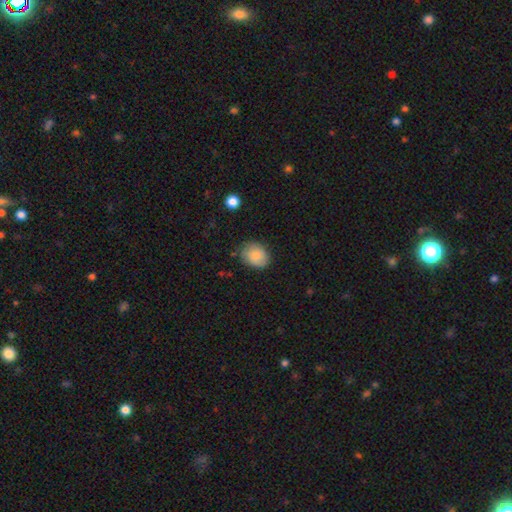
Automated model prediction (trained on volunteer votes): smooth_or_featured: smooth (p=0.82) [alt: featured or disk p=0.10]
how_rounded: in between (p=0.55) [alt: round p=0.44]
merging: none (p=0.76) [alt: minor disturbance p=0.19]